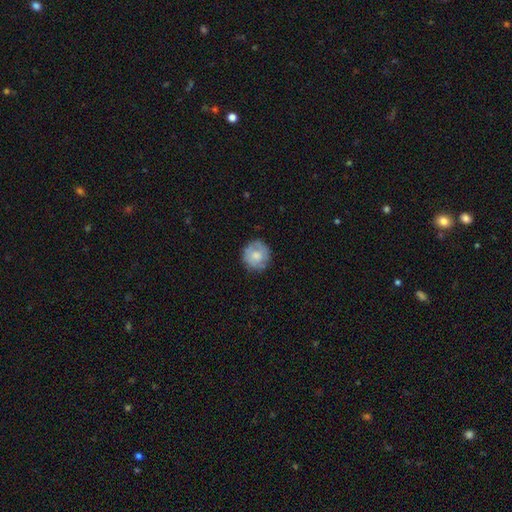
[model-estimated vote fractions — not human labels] Overall: smooth (61%; featured or disk 32%). How rounded: round (91%). Merging: none (76%).